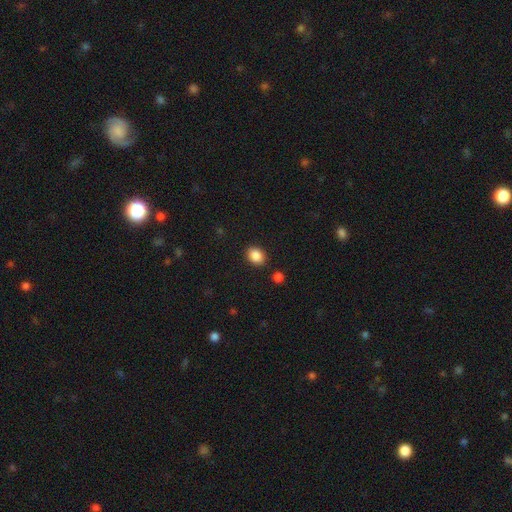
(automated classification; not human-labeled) This is clearly a smooth galaxy (87%). How rounded: possibly in between (58%). Merging: clearly none (87%).